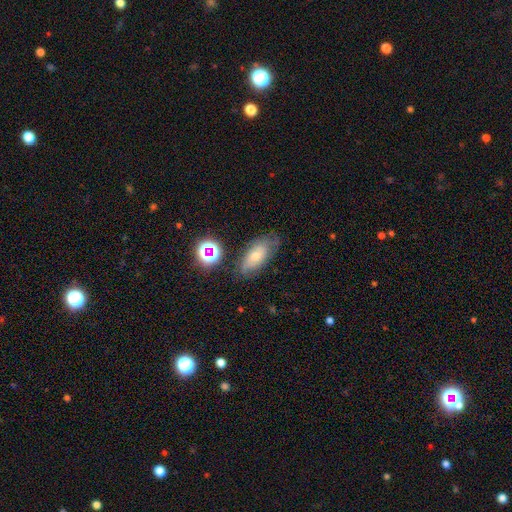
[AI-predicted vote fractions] Q: Smooth or featured?
A: smooth (46%); runner-up: featured or disk (35%)
Q: Merging?
A: none (70%); runner-up: minor disturbance (20%)